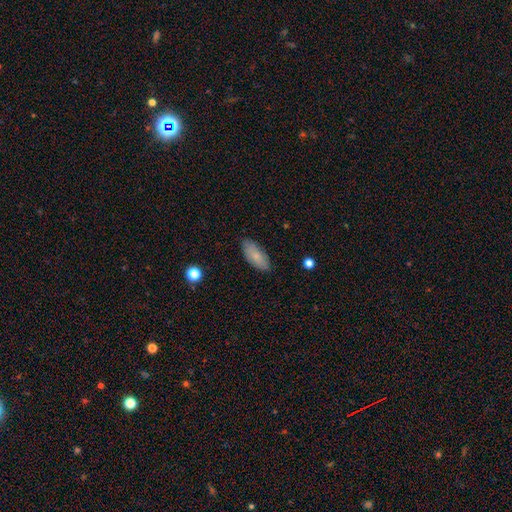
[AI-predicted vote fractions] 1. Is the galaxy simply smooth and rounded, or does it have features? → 78% smooth, 16% featured or disk, 7% star or artifact.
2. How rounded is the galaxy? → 87% in between, 10% cigar-shaped, 2% round.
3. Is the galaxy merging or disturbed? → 83% none, 13% minor disturbance, 2% major disturbance, 1% merger.